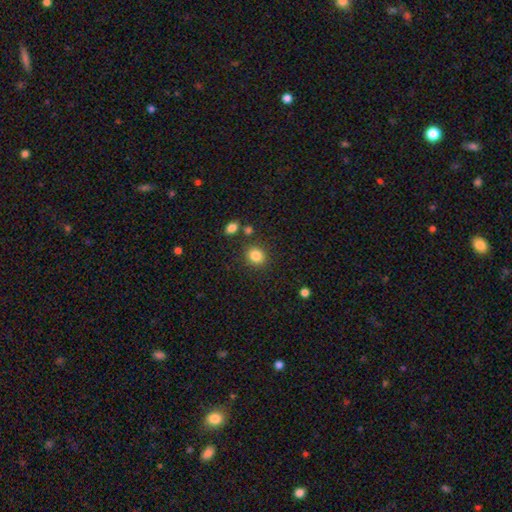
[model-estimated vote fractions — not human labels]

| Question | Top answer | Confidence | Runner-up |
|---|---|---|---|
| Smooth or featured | smooth | 84% | star or artifact (10%) |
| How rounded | round | 67% | in between (32%) |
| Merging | none | 83% | minor disturbance (9%) |